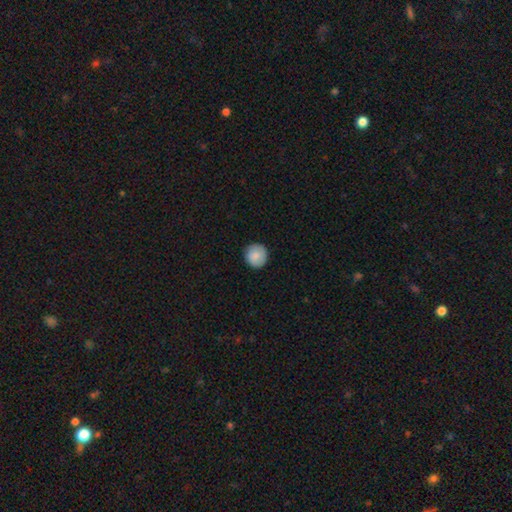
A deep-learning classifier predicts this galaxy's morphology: smooth-or-featured: smooth: 84% | featured or disk: 9% | star or artifact: 7%
  how-rounded: round: 94% | in between: 5% | cigar-shaped: 1%
  merging: none: 89% | minor disturbance: 8% | major disturbance: 2% | merger: 1%